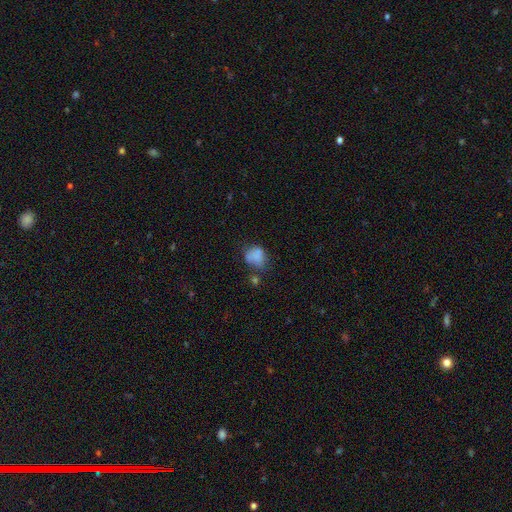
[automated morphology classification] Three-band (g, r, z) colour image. It shows a smooth galaxy with no disk features (72%) that is in between round and cigar-shaped (53%). Merging: none (37%).